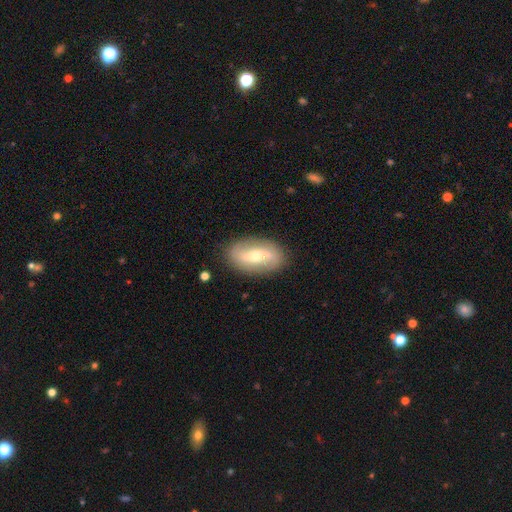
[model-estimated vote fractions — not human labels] smooth_or_featured: featured or disk (p=0.61) [alt: smooth p=0.33]
disk_edge_on: no (p=0.86) [alt: yes p=0.14]
bar: strong (p=0.48) [alt: weak p=0.32]
has_spiral_arms: yes (p=0.53) [alt: no p=0.47]
bulge_size: moderate (p=0.56) [alt: small p=0.39]
merging: none (p=0.87) [alt: minor disturbance p=0.09]